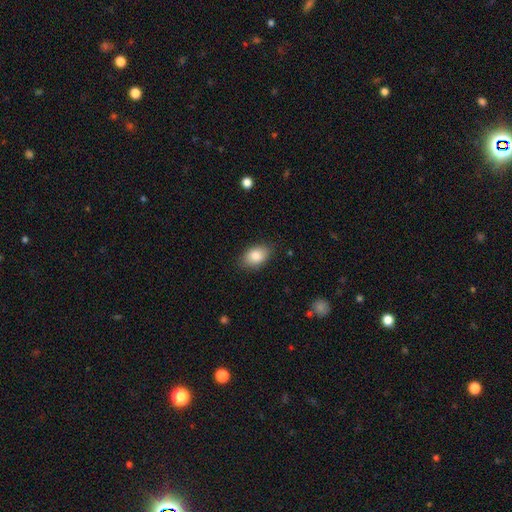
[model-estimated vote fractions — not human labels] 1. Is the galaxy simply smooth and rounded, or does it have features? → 86% smooth, 7% featured or disk, 7% star or artifact.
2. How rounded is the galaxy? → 88% in between, 11% round, 1% cigar-shaped.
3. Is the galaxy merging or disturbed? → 83% none, 13% minor disturbance, 3% major disturbance, 1% merger.